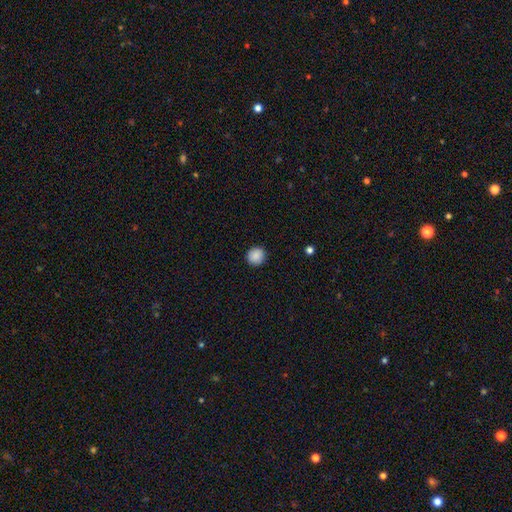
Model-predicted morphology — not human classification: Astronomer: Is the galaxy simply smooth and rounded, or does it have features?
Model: smooth — 88%.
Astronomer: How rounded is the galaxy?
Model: round — 92%.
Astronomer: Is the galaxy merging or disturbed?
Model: none — 91%.